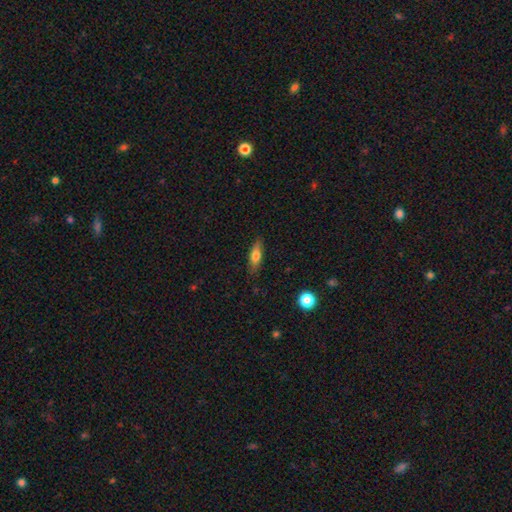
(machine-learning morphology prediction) smooth 68%, featured or disk 25%, star or artifact 7%. Down the decision tree: how rounded — in between (51%); merging — none (85%).